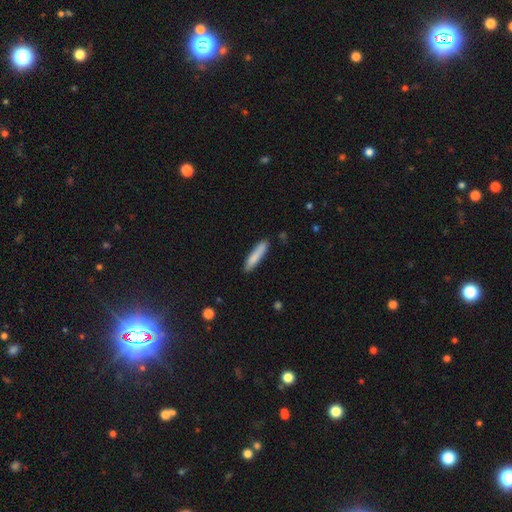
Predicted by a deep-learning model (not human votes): Smooth or featured? Predicted: smooth (p=0.84). How rounded? Predicted: cigar-shaped (p=0.86). Merging? Predicted: none (p=0.85).